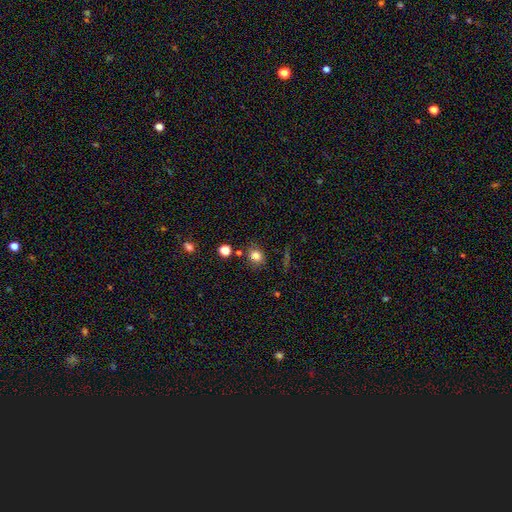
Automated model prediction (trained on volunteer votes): Smooth or featured: smooth — 80% (star or artifact — 13%)
How rounded: round — 65% (in between — 34%)
Merging: none — 77% (minor disturbance — 14%)